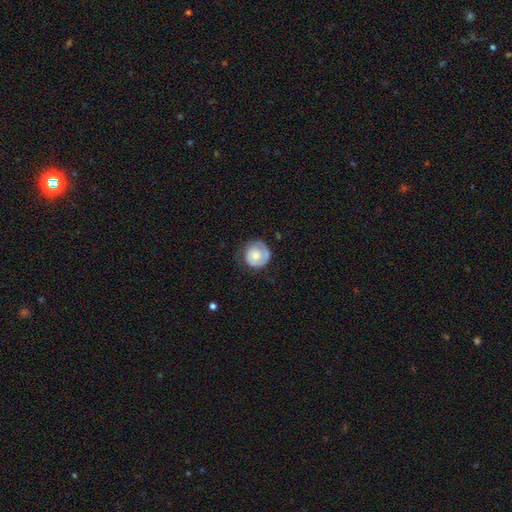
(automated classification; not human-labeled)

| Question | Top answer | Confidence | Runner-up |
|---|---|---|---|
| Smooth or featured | smooth | 54% | featured or disk (40%) |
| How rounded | round | 89% | in between (10%) |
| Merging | none | 67% | minor disturbance (21%) |